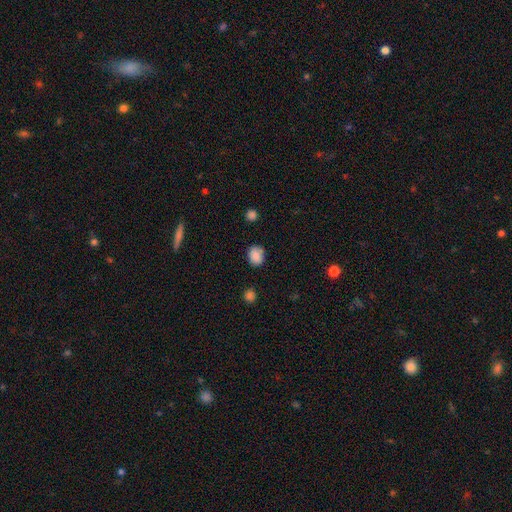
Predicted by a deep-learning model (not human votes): This is clearly a smooth galaxy (86%). How rounded: possibly round (54%). Merging: likely none (76%).